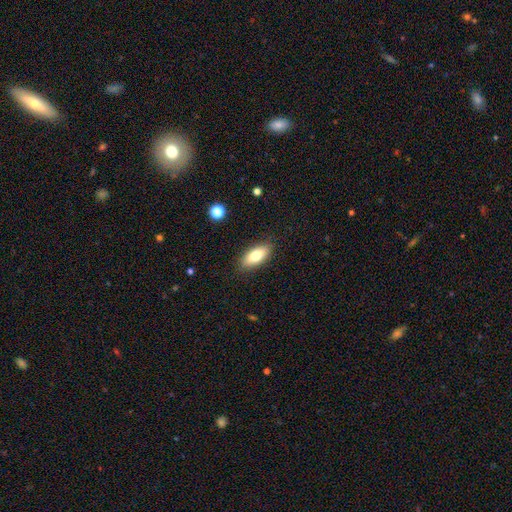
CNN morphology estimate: Smooth or featured: smooth — 78% (featured or disk — 15%)
How rounded: in between — 84% (cigar-shaped — 14%)
Merging: none — 87% (minor disturbance — 10%)